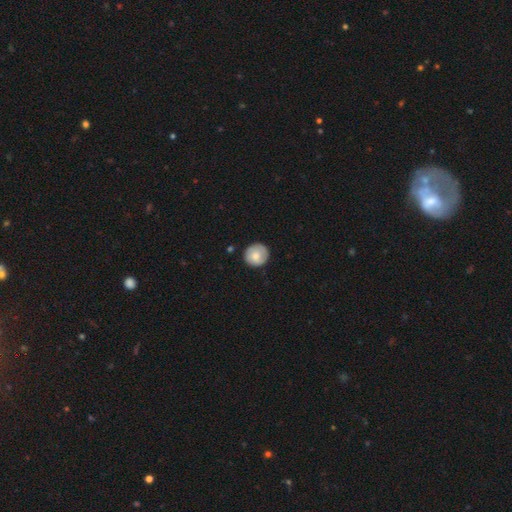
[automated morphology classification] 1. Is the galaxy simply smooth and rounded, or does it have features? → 74% smooth, 19% featured or disk, 6% star or artifact.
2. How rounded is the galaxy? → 91% round, 8% in between, 1% cigar-shaped.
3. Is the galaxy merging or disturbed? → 83% none, 13% minor disturbance, 2% major disturbance, 2% merger.